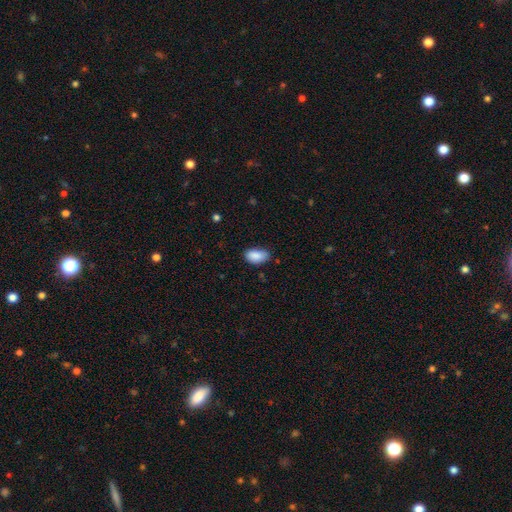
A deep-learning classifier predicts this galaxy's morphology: smooth_or_featured: smooth (p=0.89) [alt: star or artifact p=0.07]
how_rounded: in between (p=0.93) [alt: round p=0.05]
merging: none (p=0.73) [alt: minor disturbance p=0.22]